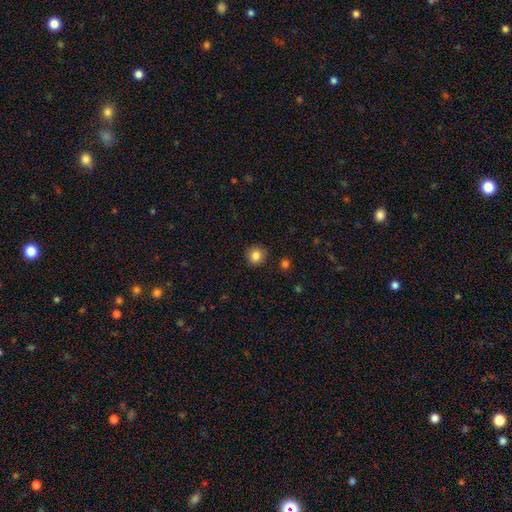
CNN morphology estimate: Smooth or featured? smooth (84%)
How rounded? round (91%)
Merging? none (90%)